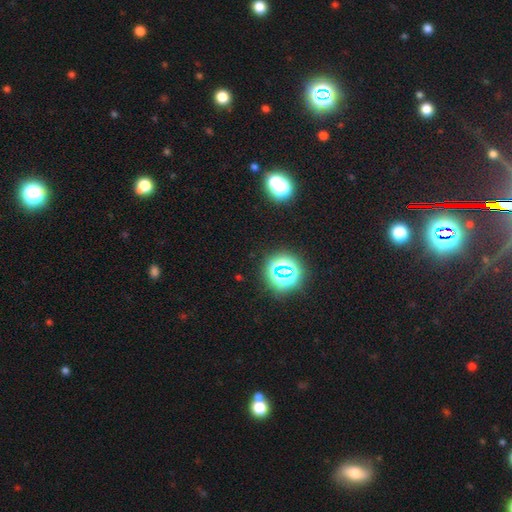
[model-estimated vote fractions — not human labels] Overall: star or artifact (68%).